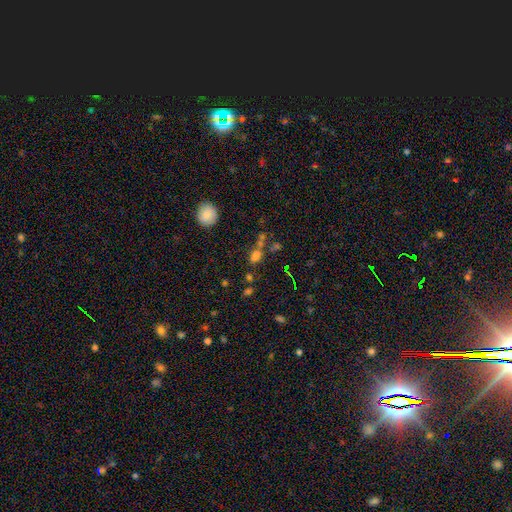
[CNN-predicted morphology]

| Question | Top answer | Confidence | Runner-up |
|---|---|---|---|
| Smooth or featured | smooth | 64% | star or artifact (25%) |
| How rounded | in between | 65% | round (28%) |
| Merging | none | 44% | merger (35%) |